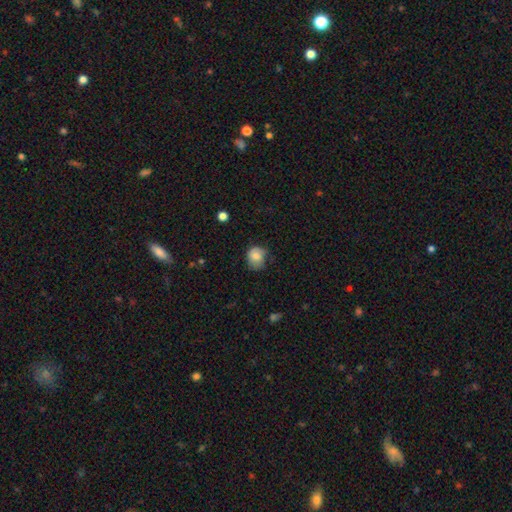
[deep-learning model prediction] smooth_or_featured: smooth (p=0.79) [alt: featured or disk p=0.12]
how_rounded: round (p=0.69) [alt: in between p=0.30]
merging: none (p=0.57) [alt: minor disturbance p=0.32]